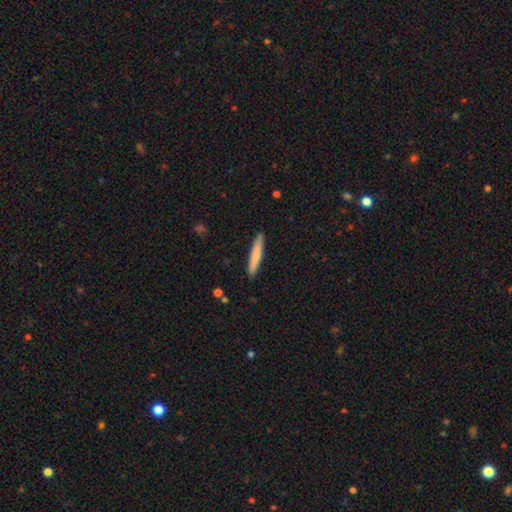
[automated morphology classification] Smooth or featured? Predicted: smooth (p=0.72). How rounded? Predicted: cigar-shaped (p=0.94). Merging? Predicted: none (p=0.90).